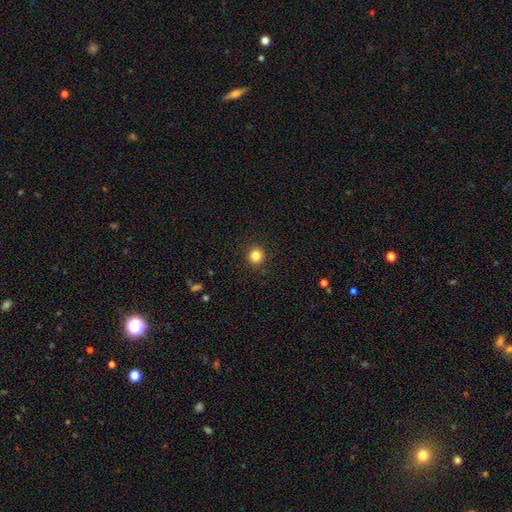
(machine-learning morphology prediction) Overall: smooth (84%). How rounded: round (93%). Merging: none (92%).